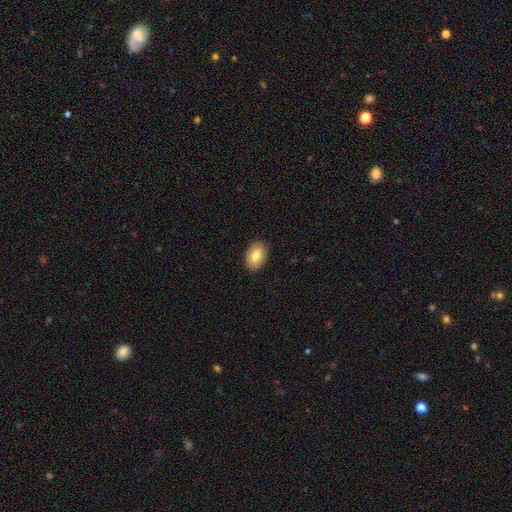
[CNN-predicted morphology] Smooth or featured? Predicted: smooth (p=0.81). How rounded? Predicted: in between (p=0.86). Merging? Predicted: none (p=0.89).